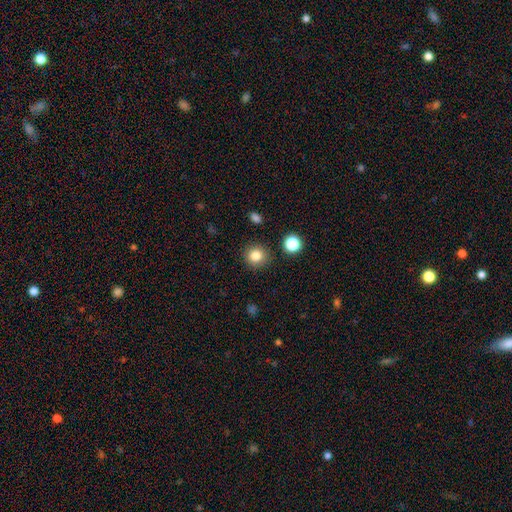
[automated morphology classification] Smooth or featured: smooth — 83% (star or artifact — 12%)
How rounded: round — 92% (in between — 7%)
Merging: none — 89% (minor disturbance — 6%)